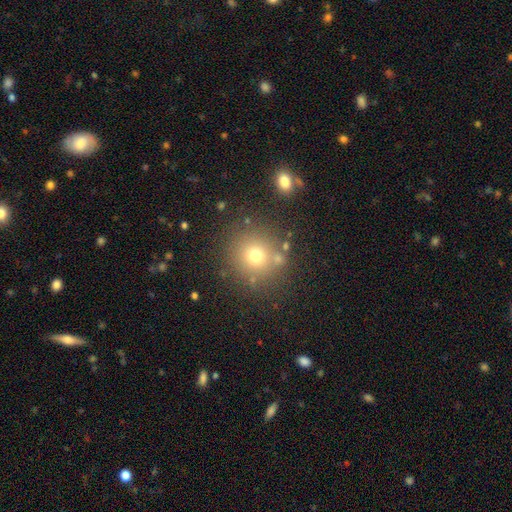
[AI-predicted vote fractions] This appears to be a smooth galaxy with no disk features (70%) that is round (92%). Merging: none (80%).